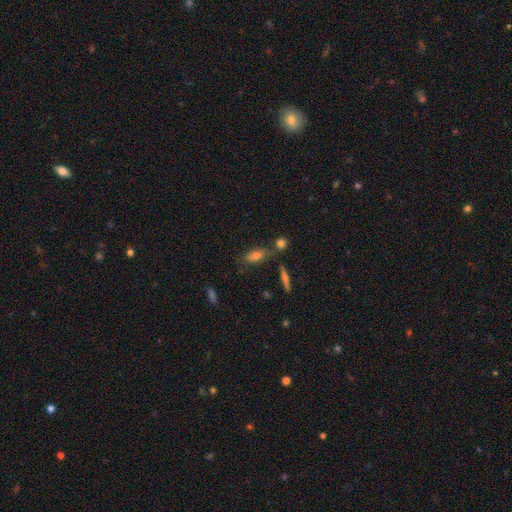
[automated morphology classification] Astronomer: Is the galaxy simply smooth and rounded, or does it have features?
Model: smooth — 66%.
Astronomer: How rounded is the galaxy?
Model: in between — 63%.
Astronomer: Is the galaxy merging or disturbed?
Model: none — 63%.